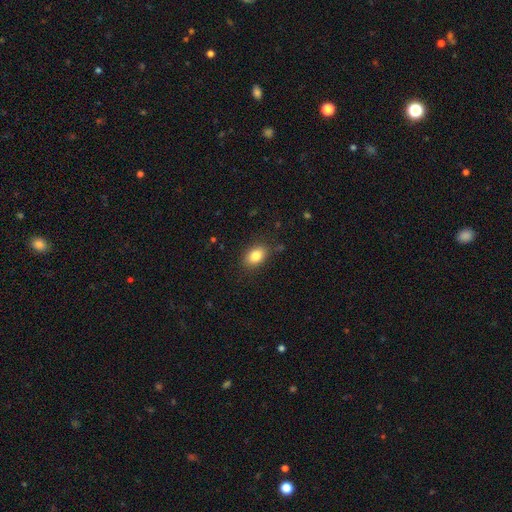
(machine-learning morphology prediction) Overall: smooth (83%). How rounded: in between (81%). Merging: none (84%).